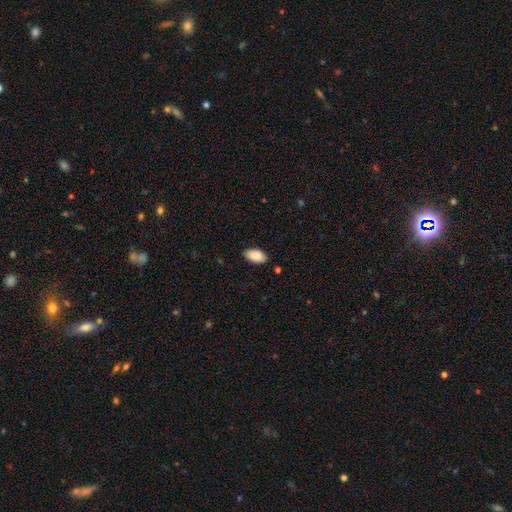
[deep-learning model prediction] Smooth or featured: smooth — 90% (star or artifact — 6%)
How rounded: in between — 95% (round — 3%)
Merging: none — 86% (minor disturbance — 10%)